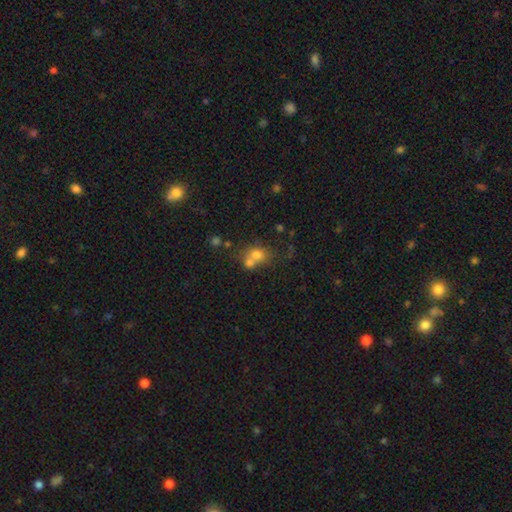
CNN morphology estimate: This is likely a smooth galaxy (70%). How rounded: likely round (64%). Merging: possibly merger (55%).